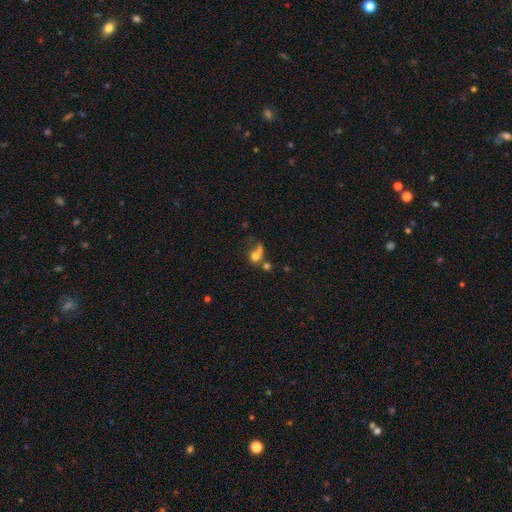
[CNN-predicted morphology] The model was most divided on "merging": merger: 42%, none: 27%, major disturbance: 20%, minor disturbance: 11%. More confident: how rounded — round (76%); smooth or featured — smooth (67%).